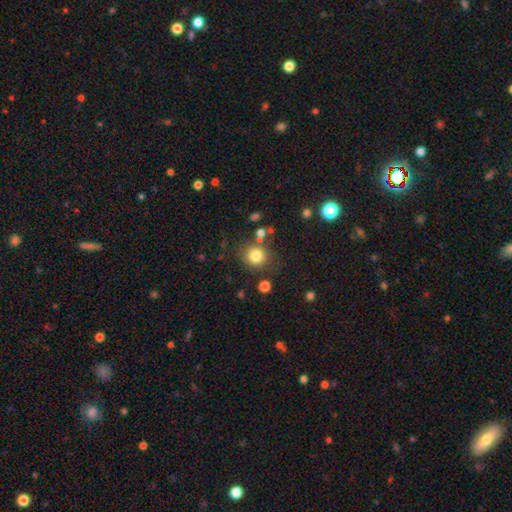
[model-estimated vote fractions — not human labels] Smooth or featured?
  - smooth: 81% *
  - star or artifact: 12%
  - featured or disk: 7%
How rounded?
  - round: 85% *
  - in between: 14%
  - cigar-shaped: 1%
Merging?
  - none: 76% *
  - minor disturbance: 11%
  - merger: 8%
  - major disturbance: 5%